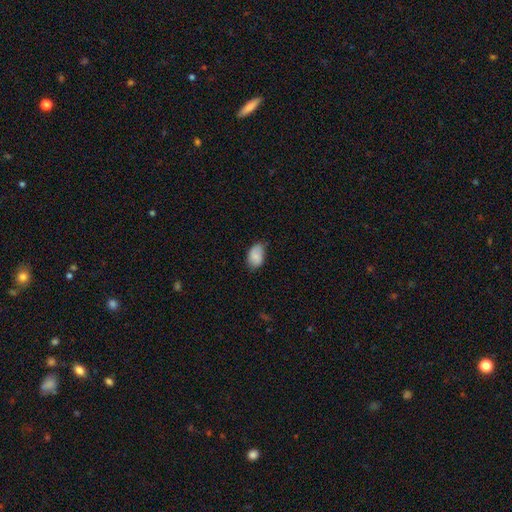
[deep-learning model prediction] smooth 84%, featured or disk 8%, star or artifact 7%. Down the decision tree: how rounded — in between (90%); merging — none (69%).